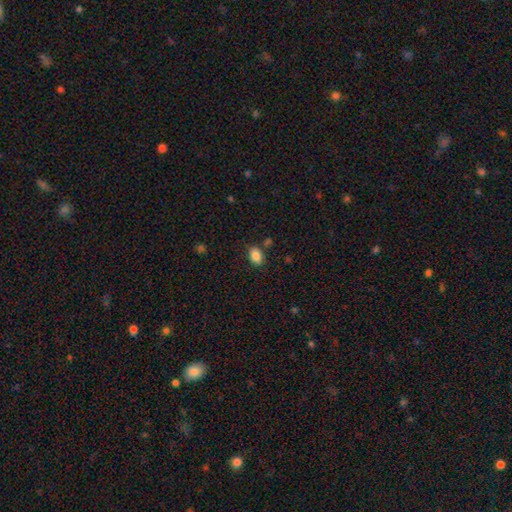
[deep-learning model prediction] This appears to be a smooth galaxy with no disk features (85%) that is in between round and cigar-shaped (85%). Merging: none (79%).